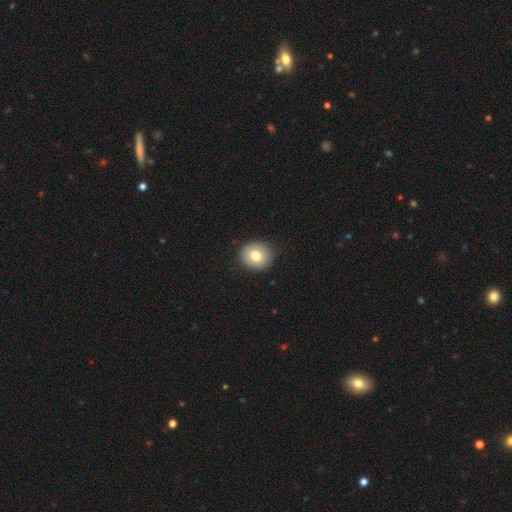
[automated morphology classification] Smooth or featured? smooth (77%)
How rounded? round (84%)
Merging? none (90%)